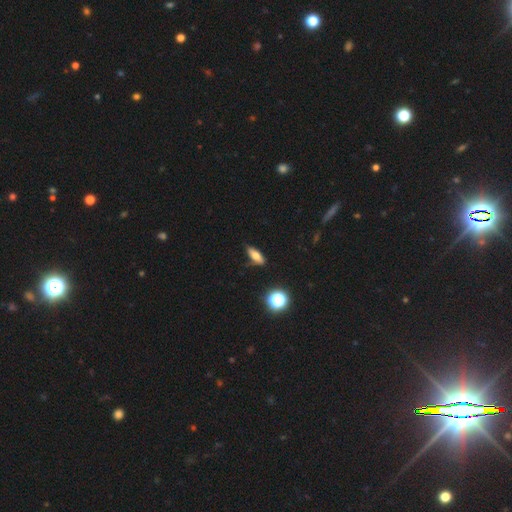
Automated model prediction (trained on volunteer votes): This appears to be a smooth galaxy with no disk features (66%) that is in between round and cigar-shaped (61%). Merging: none (83%).